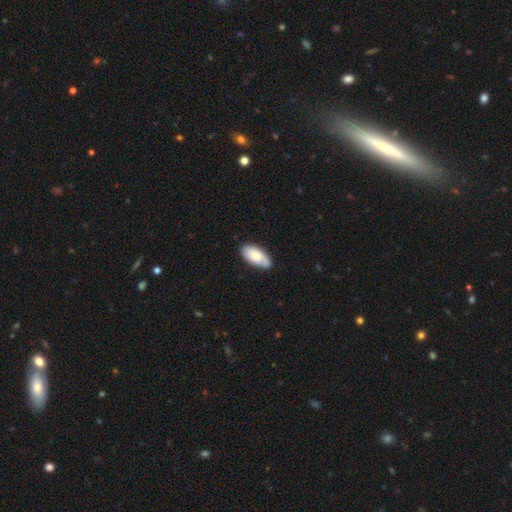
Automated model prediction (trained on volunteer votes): Smooth or featured? smooth (65%)
How rounded? in between (94%)
Merging? none (76%)